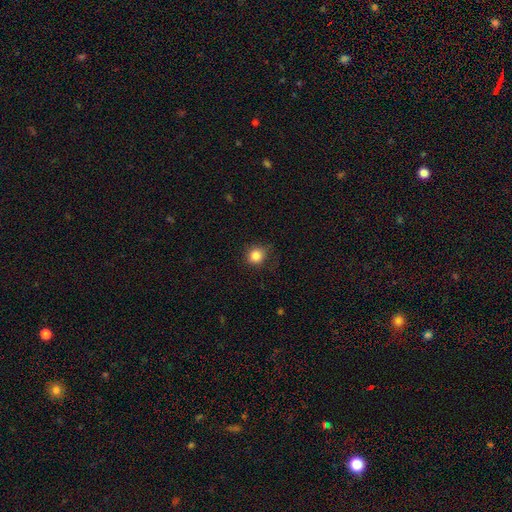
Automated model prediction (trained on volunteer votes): Overall: smooth (84%). How rounded: round (88%). Merging: none (78%).